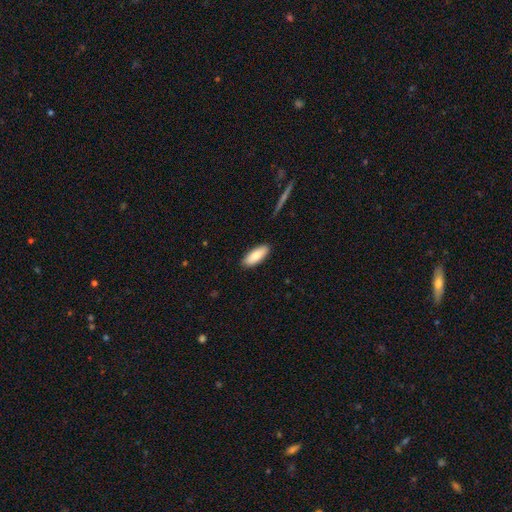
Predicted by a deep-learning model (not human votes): A smooth galaxy with no disk features (85%) that is in between round and cigar-shaped (76%). Merging: none (88%).